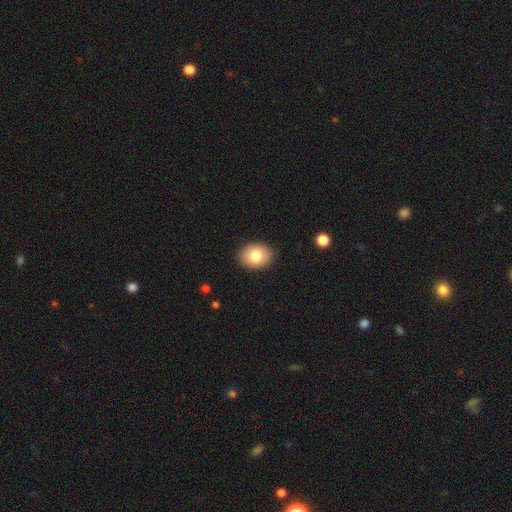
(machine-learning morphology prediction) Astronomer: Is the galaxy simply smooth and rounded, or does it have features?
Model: smooth — 81%.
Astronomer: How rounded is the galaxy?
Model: in between — 62% (runner-up: round, 38%).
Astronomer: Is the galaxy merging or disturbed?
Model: none — 89%.